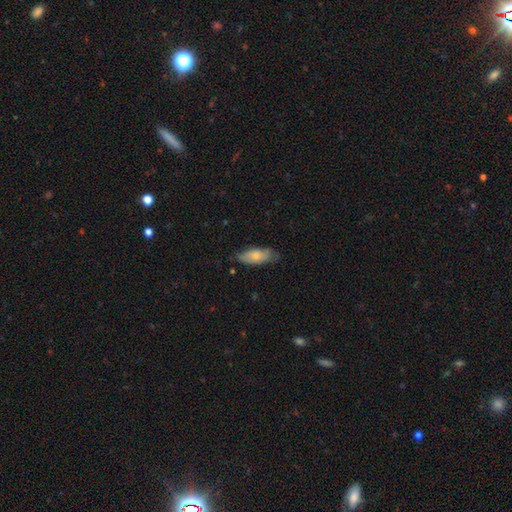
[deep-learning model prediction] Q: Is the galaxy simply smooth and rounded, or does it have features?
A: smooth — 72%.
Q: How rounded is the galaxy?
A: in between — 80%.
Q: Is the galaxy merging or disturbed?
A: none — 68%.